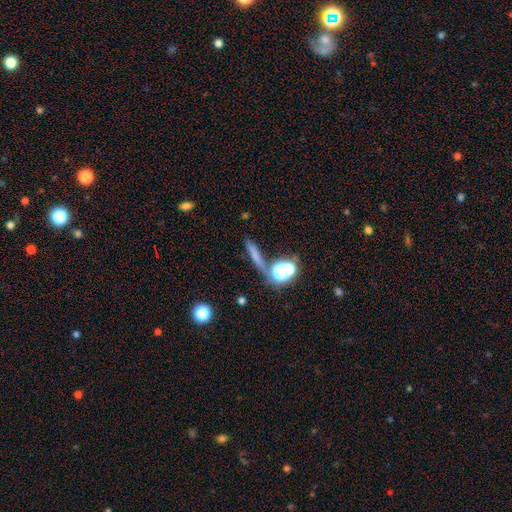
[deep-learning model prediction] Smooth or featured: smooth — 57% (star or artifact — 23%)
How rounded: cigar-shaped — 65% (round — 18%)
Merging: none — 61% (merger — 18%)